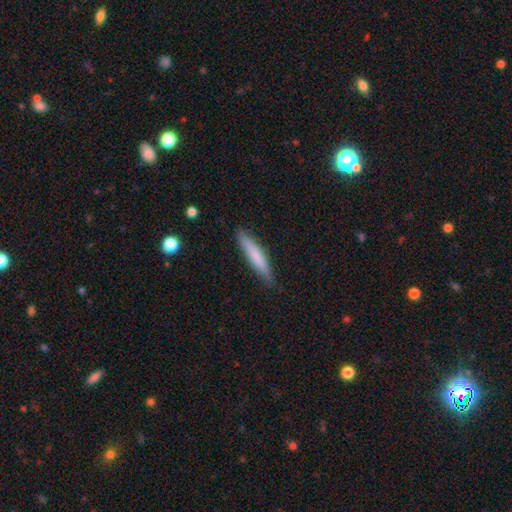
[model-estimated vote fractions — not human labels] Overall: smooth (71%). How rounded: cigar-shaped (91%). Merging: none (85%).